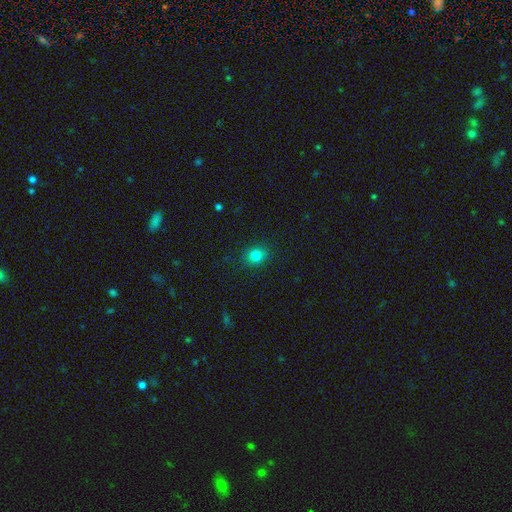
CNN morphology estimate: Q: Smooth or featured?
A: smooth (81%); runner-up: star or artifact (13%)
Q: How rounded?
A: round (66%); runner-up: in between (33%)
Q: Merging?
A: none (88%); runner-up: minor disturbance (9%)